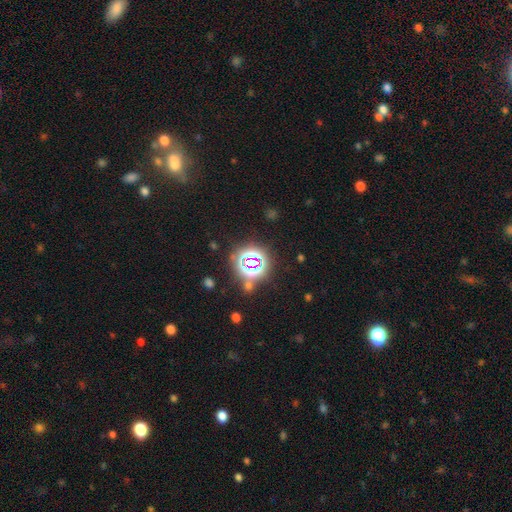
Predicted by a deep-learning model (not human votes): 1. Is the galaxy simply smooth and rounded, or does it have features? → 72% star or artifact, 18% smooth, 9% featured or disk.